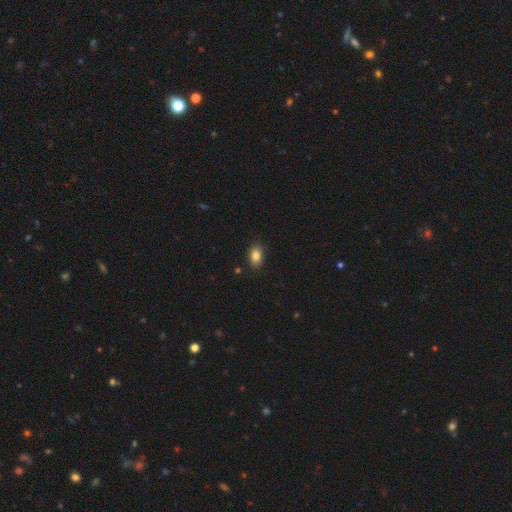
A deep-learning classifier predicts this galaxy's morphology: Smooth or featured: smooth — 85% (star or artifact — 9%)
How rounded: in between — 83% (round — 15%)
Merging: none — 86% (minor disturbance — 10%)